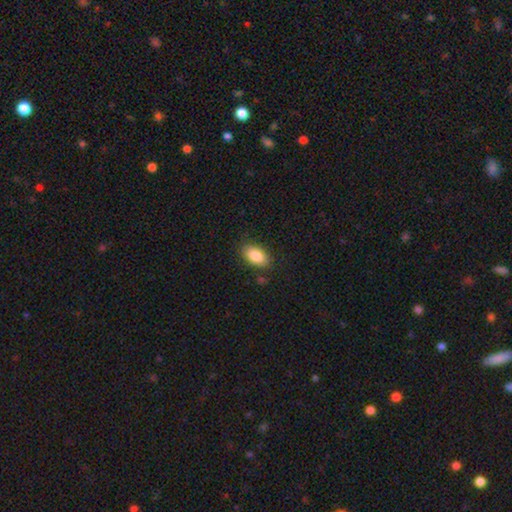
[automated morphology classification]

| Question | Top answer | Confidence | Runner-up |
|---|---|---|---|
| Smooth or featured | smooth | 87% | star or artifact (7%) |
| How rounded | in between | 92% | round (6%) |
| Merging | none | 85% | minor disturbance (11%) |